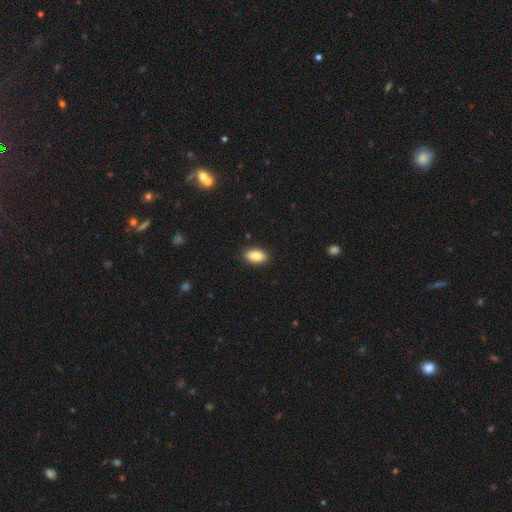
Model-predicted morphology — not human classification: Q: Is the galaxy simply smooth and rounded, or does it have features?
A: smooth — 87%.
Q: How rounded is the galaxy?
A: in between — 93%.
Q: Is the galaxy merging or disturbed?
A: none — 90%.